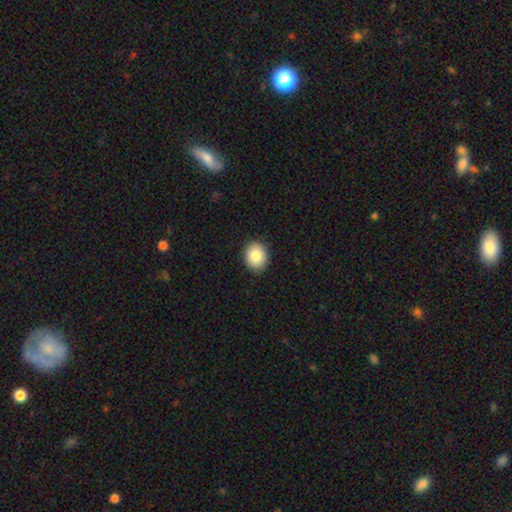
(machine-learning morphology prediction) Q: Smooth or featured?
A: smooth (85%); runner-up: star or artifact (8%)
Q: How rounded?
A: round (55%); runner-up: in between (44%)
Q: Merging?
A: none (90%); runner-up: minor disturbance (7%)